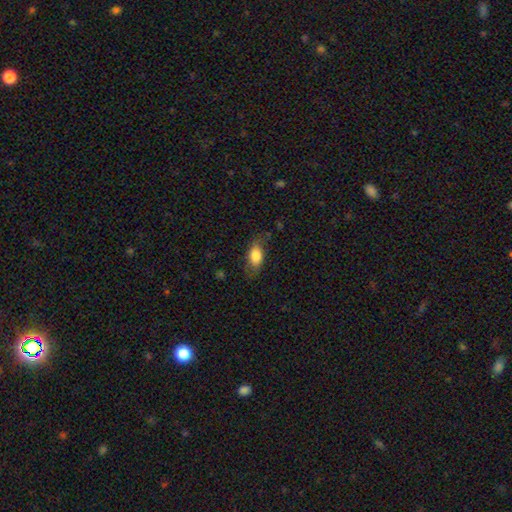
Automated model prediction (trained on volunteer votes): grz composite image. It shows a smooth galaxy with no disk features (78%) that is in between round and cigar-shaped (85%). Merging: none (69%).